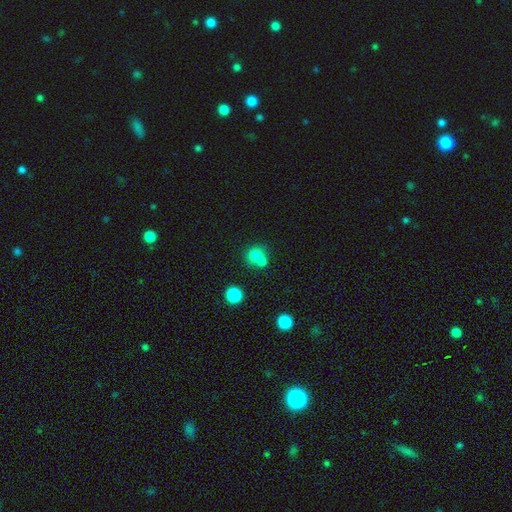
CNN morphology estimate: smooth_or_featured: smooth (p=0.73) [alt: featured or disk p=0.14]
how_rounded: round (p=0.81) [alt: in between p=0.18]
merging: merger (p=0.51) [alt: none p=0.40]